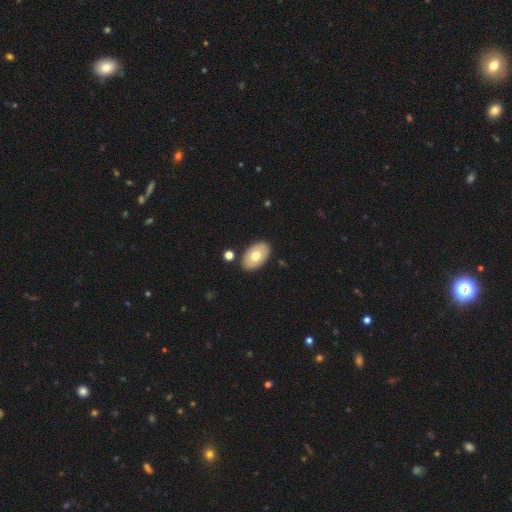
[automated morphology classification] smooth 69%, featured or disk 24%, star or artifact 6%. Down the decision tree: how rounded — in between (93%); merging — none (85%).